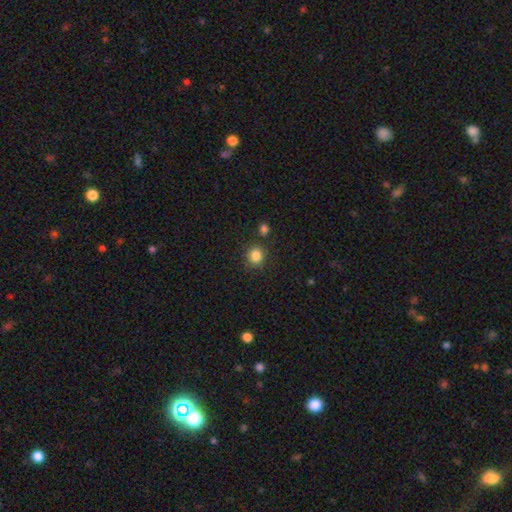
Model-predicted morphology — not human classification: Smooth or featured? smooth (84%)
How rounded? round (86%)
Merging? none (82%)